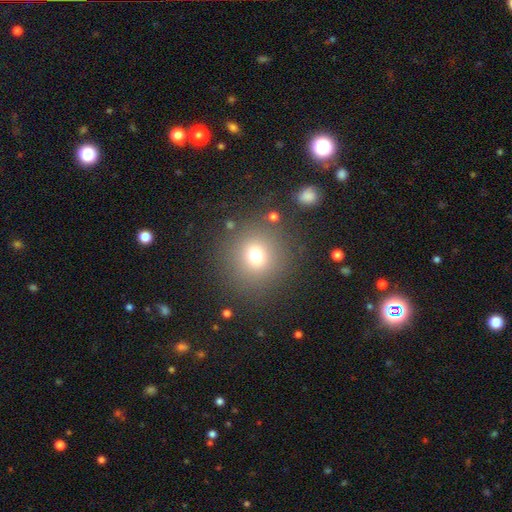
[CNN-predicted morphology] The model was most divided on "smooth or featured": smooth: 72%, star or artifact: 18%, featured or disk: 10%. More confident: how rounded — round (89%); merging — none (84%).